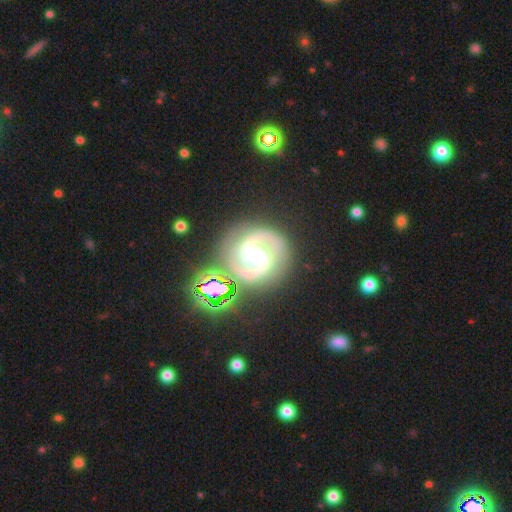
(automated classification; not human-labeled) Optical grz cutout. It shows a featured or disk galaxy (88%) with a strong bar (58%), 2 (93%) medium (60%) spiral arms (97%) and a moderate central bulge (49%). Merging: none (80%).